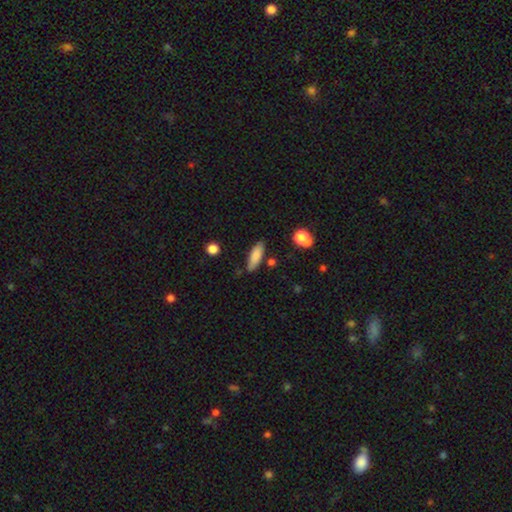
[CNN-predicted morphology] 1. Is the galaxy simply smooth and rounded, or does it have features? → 83% smooth, 10% featured or disk, 7% star or artifact.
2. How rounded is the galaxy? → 53% in between, 45% cigar-shaped, 2% round.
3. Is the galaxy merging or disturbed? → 79% none, 14% minor disturbance, 4% merger, 3% major disturbance.